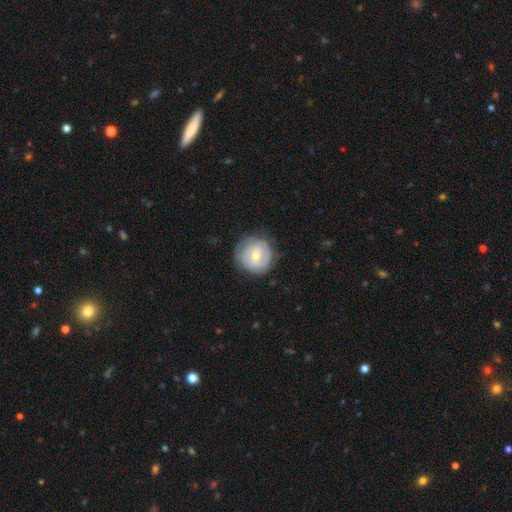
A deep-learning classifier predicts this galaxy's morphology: type=featured or disk (58%); edge-on=no (97%); bar=weak (49%); spiral arms=yes (74%); bulge=moderate (54%); merging=none (77%).